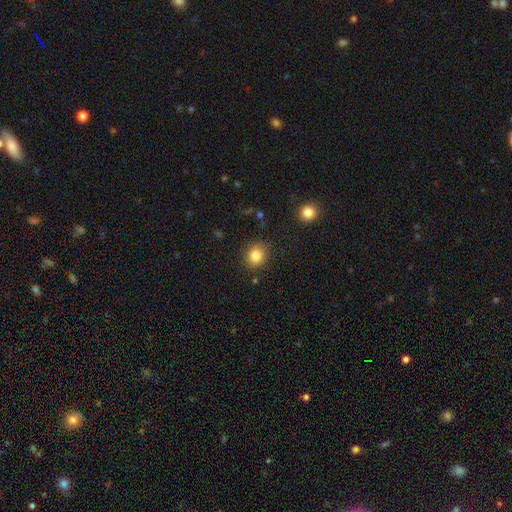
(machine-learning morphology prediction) smooth 83%, star or artifact 11%, featured or disk 6%. Down the decision tree: how rounded — round (78%); merging — none (87%).